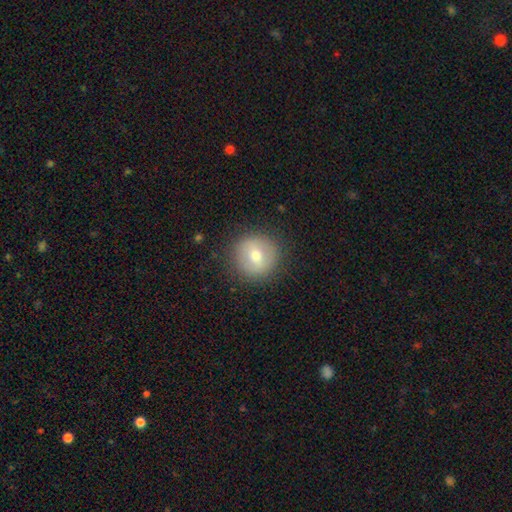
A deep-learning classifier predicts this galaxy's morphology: Smooth or featured?
  - smooth: 64% *
  - featured or disk: 27%
  - star or artifact: 9%
How rounded?
  - round: 93% *
  - in between: 6%
  - cigar-shaped: 1%
Merging?
  - none: 89% *
  - minor disturbance: 7%
  - major disturbance: 3%
  - merger: 1%